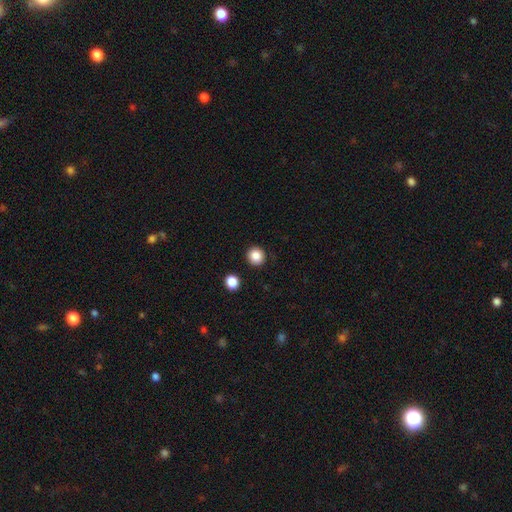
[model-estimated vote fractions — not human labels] Smooth or featured? smooth (86%)
How rounded? round (92%)
Merging? none (91%)